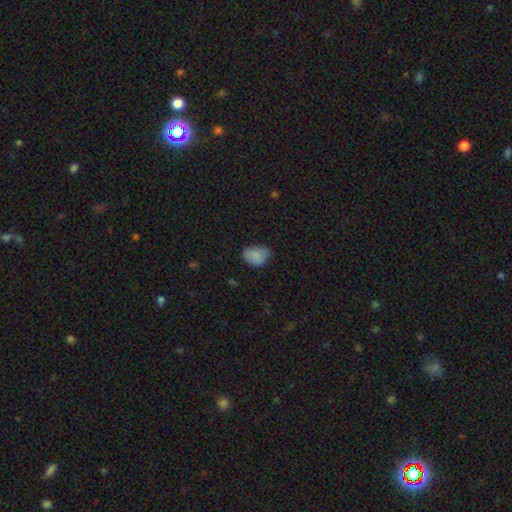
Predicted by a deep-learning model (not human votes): Morphology: type=smooth (85%); roundness=in between (69%); merging=none (64%).